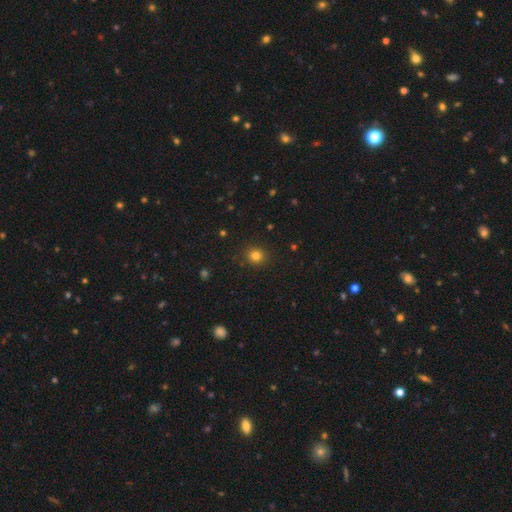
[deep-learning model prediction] smooth 81%, star or artifact 14%, featured or disk 5%. Down the decision tree: how rounded — round (85%); merging — none (89%).